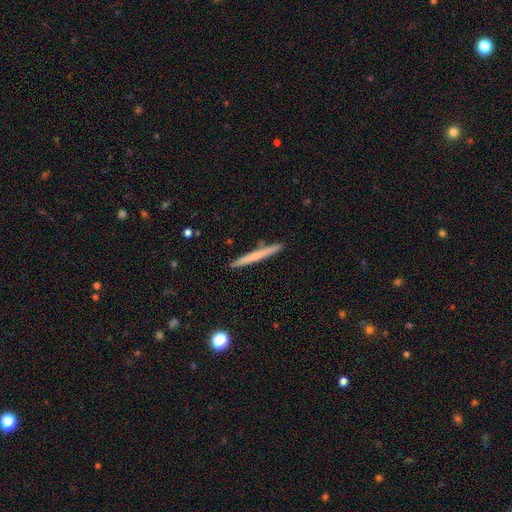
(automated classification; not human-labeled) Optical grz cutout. It shows a smooth galaxy with no disk features (50%) that is cigar-shaped (97%). Merging: none (91%).